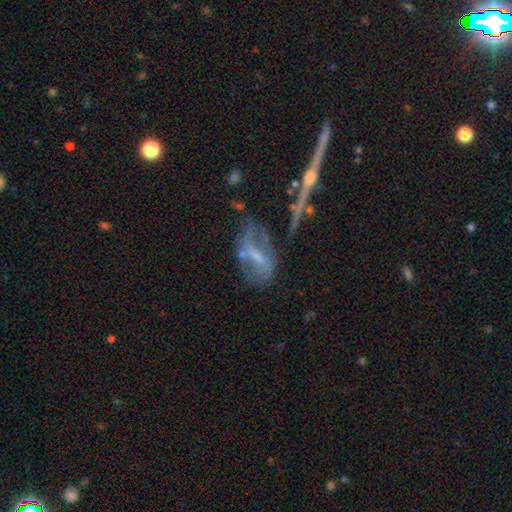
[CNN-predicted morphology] type=featured or disk (62%); edge-on=no (84%); bar=weak (37%); spiral arms=no (57%); bulge=small (39%); merging=none (40%).